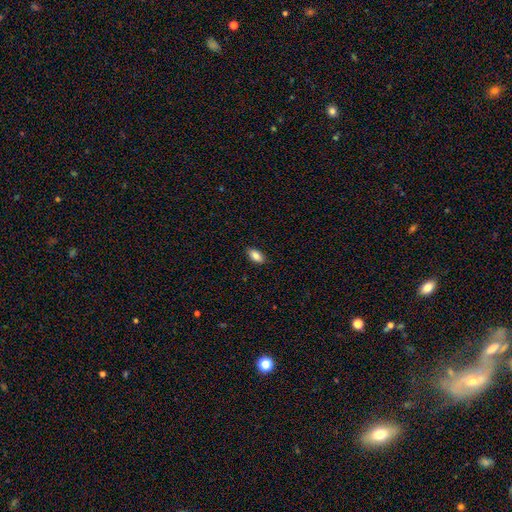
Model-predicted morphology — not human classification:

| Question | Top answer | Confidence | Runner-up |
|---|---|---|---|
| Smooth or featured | smooth | 85% | featured or disk (8%) |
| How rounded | in between | 91% | cigar-shaped (6%) |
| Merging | none | 88% | minor disturbance (9%) |